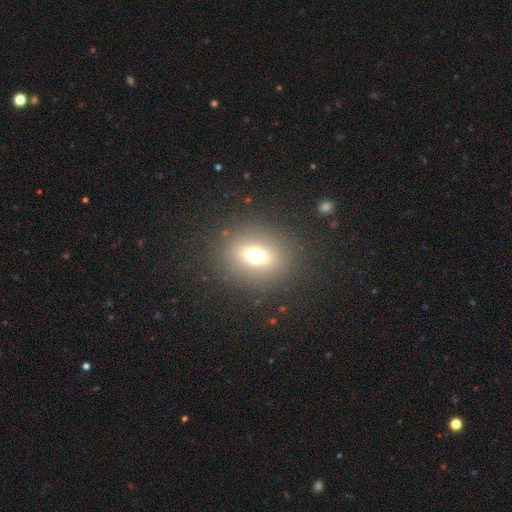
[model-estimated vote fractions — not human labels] This appears to be a smooth galaxy with no disk features (64%) that is round (56%). Merging: none (85%).